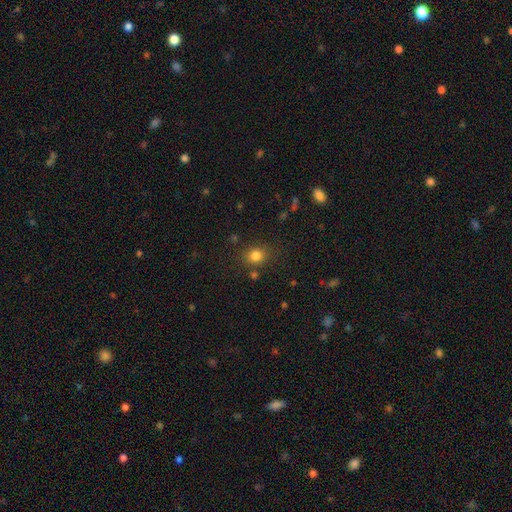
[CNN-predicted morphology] A smooth galaxy with no disk features (80%) that is round (73%). Merging: none (80%).